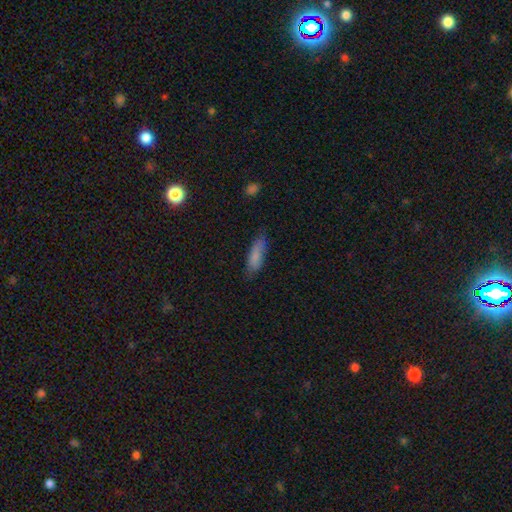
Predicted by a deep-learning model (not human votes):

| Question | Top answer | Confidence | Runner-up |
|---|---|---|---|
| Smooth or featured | smooth | 83% | featured or disk (10%) |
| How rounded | in between | 53% | cigar-shaped (45%) |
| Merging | none | 70% | minor disturbance (24%) |